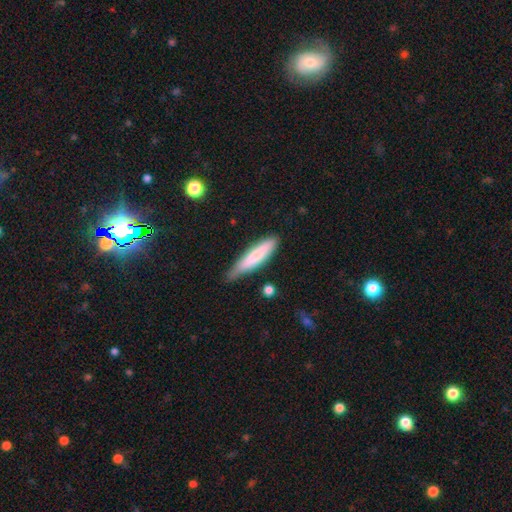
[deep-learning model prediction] Smooth or featured?
  - smooth: 73% *
  - featured or disk: 21%
  - star or artifact: 6%
How rounded?
  - cigar-shaped: 82% *
  - in between: 17%
  - round: 1%
Merging?
  - none: 62% *
  - minor disturbance: 30%
  - major disturbance: 5%
  - merger: 3%